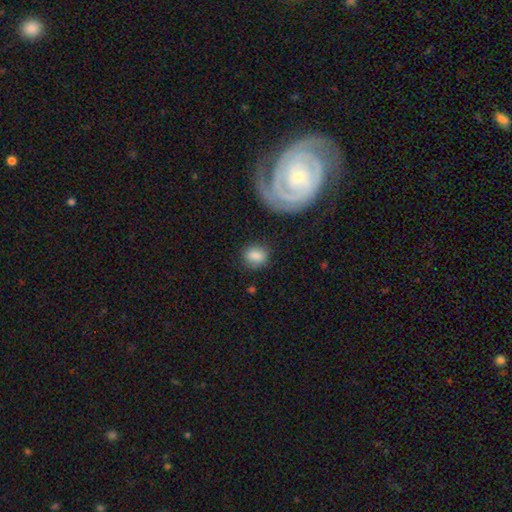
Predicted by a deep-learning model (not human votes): Q: Smooth or featured?
A: smooth (83%); runner-up: featured or disk (9%)
Q: How rounded?
A: round (57%); runner-up: in between (41%)
Q: Merging?
A: none (80%); runner-up: minor disturbance (13%)